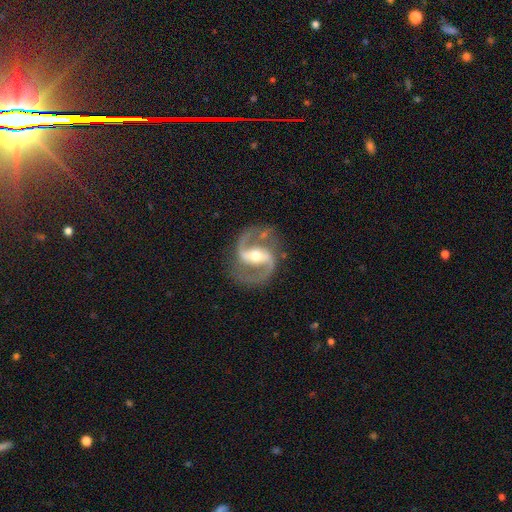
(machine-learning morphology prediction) Smooth or featured? featured or disk (93%)
Edge-on disk? no (98%)
Bar? strong (49%)
Spiral arms? yes (98%)
Spiral winding? medium (65%)
Spiral arm count? 2 (94%)
Bulge size? moderate (67%)
Merging? none (83%)